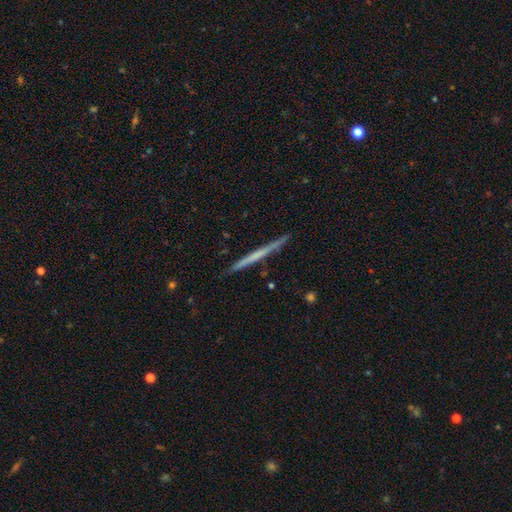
Smooth or featured? featured or disk (78%)
Edge-on disk? yes (100%)
Edge-on bulge? none (90%)
Merging? none (92%)